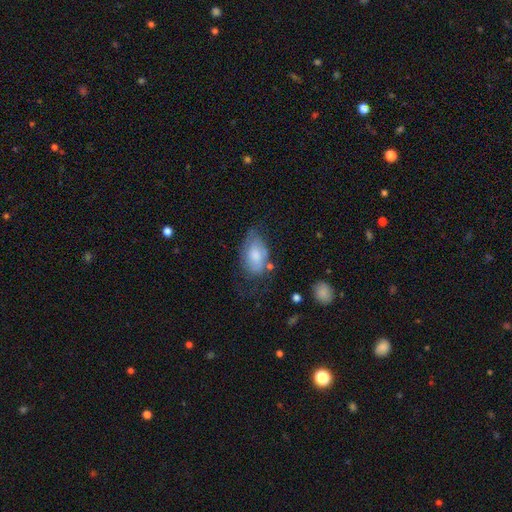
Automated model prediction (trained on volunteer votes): The model was most divided on "merging": none: 43%, minor disturbance: 33%, major disturbance: 19%, merger: 5%. More confident: how rounded — in between (91%); smooth or featured — smooth (59%).